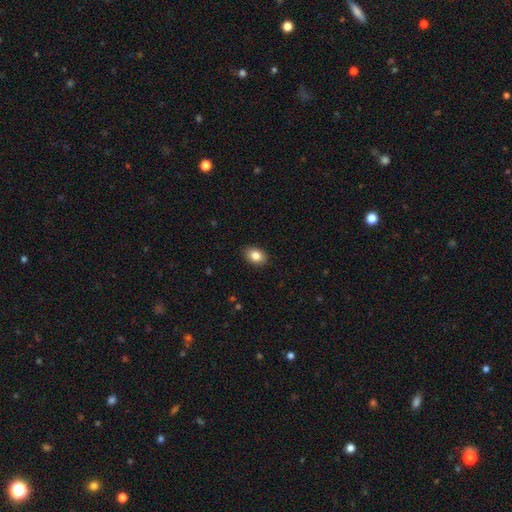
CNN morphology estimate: Smooth or featured?
  - smooth: 84% *
  - star or artifact: 8%
  - featured or disk: 7%
How rounded?
  - in between: 80% *
  - round: 19%
  - cigar-shaped: 1%
Merging?
  - none: 89% *
  - minor disturbance: 8%
  - major disturbance: 2%
  - merger: 1%